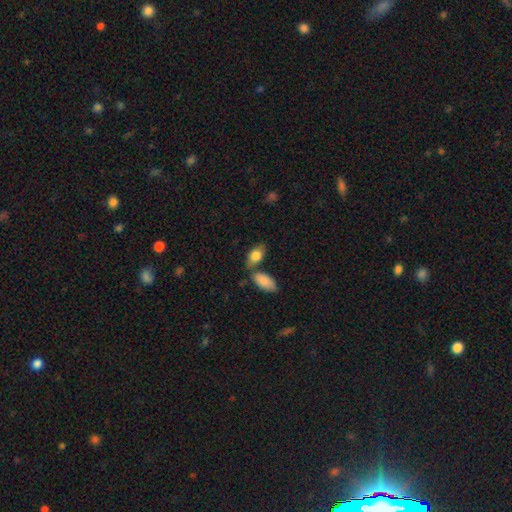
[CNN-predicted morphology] This is clearly a smooth galaxy (83%). How rounded: clearly in between (90%). Merging: possibly none (56%).